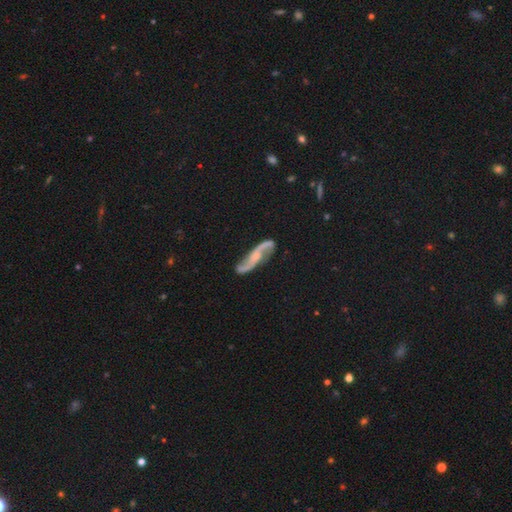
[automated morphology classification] Overall: featured or disk (88%). Edge-on disk: no (91%). Bar: no (49%; weak 38%). Spiral arms: yes (97%). Spiral arm count: 2 (94%). Spiral winding: loose (67%). Bulge size: small (37%; none 31%). Merging: none (79%).